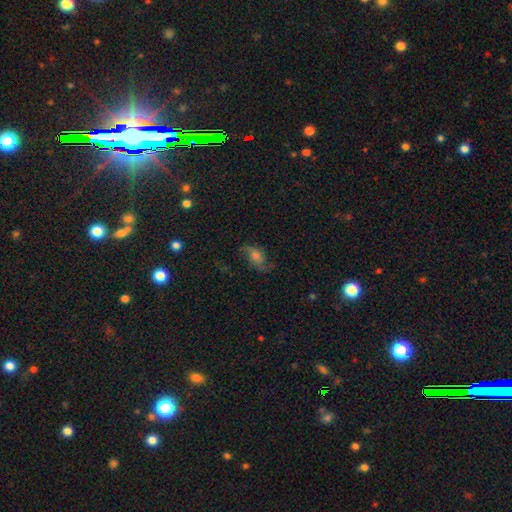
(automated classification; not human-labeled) Smooth or featured? featured or disk (57%)
Edge-on disk? no (92%)
Bar? no (61%)
Spiral arms? yes (89%)
Bulge size? moderate (45%)
Merging? none (70%)